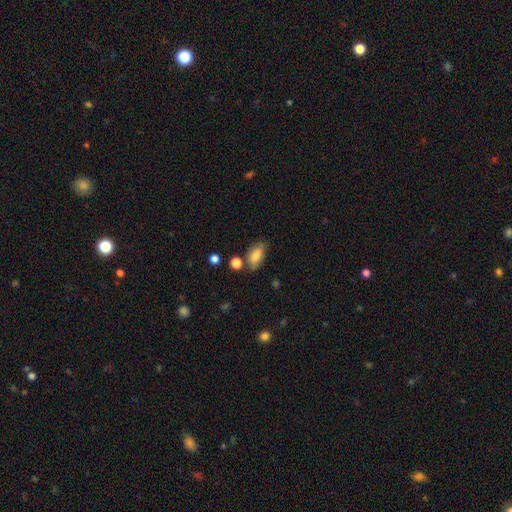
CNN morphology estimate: Smooth or featured: smooth — 80% (featured or disk — 12%)
How rounded: in between — 90% (round — 5%)
Merging: none — 67% (minor disturbance — 21%)